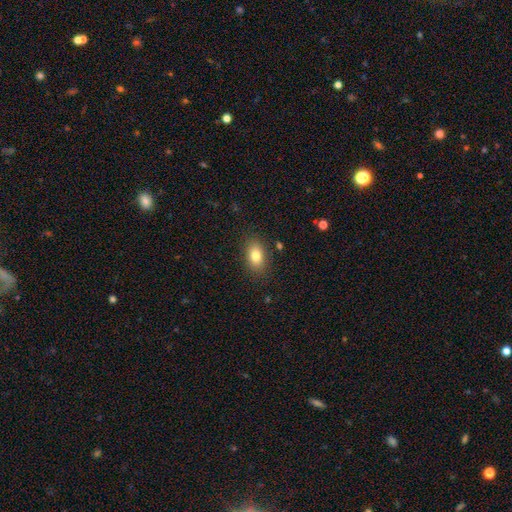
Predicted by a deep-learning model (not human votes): Smooth or featured? Predicted: smooth (p=0.81). How rounded? Predicted: in between (p=0.86). Merging? Predicted: none (p=0.85).